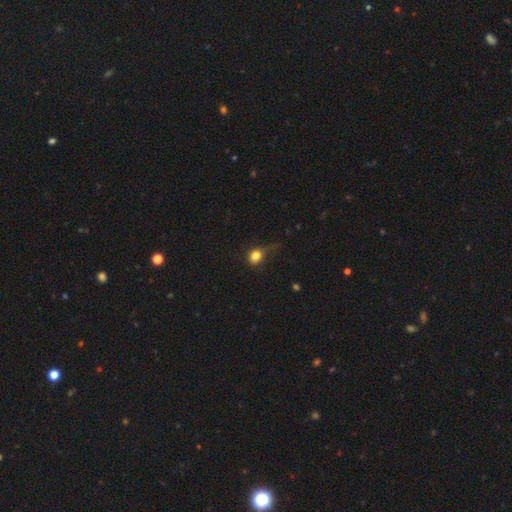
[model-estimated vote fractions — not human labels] smooth_or_featured: smooth (p=0.79) [alt: star or artifact p=0.12]
how_rounded: round (p=0.69) [alt: in between p=0.29]
merging: none (p=0.45) [alt: minor disturbance p=0.28]